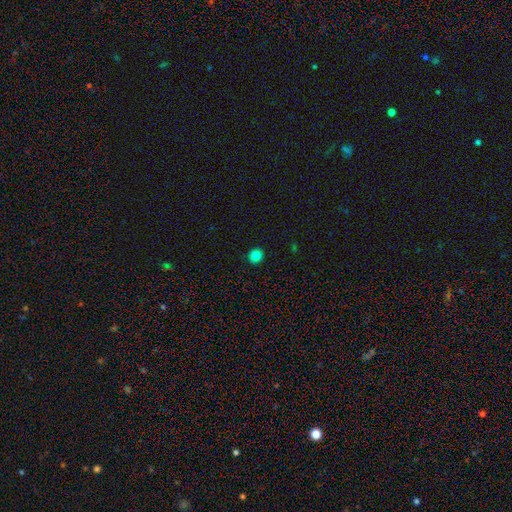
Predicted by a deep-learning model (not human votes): Overall: smooth (84%). How rounded: round (90%). Merging: none (93%).